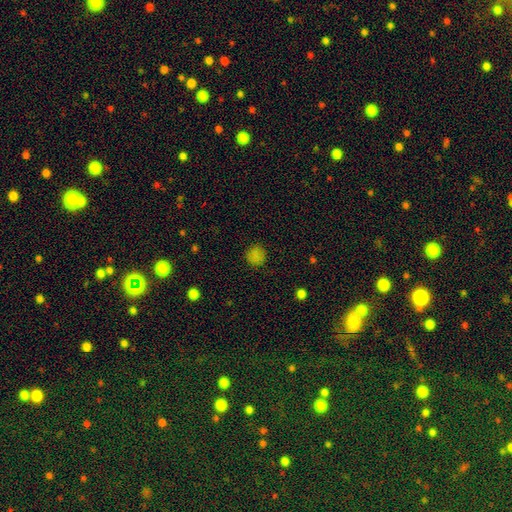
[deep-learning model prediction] Smooth or featured?
  - smooth: 80% *
  - star or artifact: 16%
  - featured or disk: 4%
How rounded?
  - round: 90% *
  - in between: 9%
  - cigar-shaped: 1%
Merging?
  - none: 88% *
  - minor disturbance: 9%
  - major disturbance: 3%
  - merger: 1%